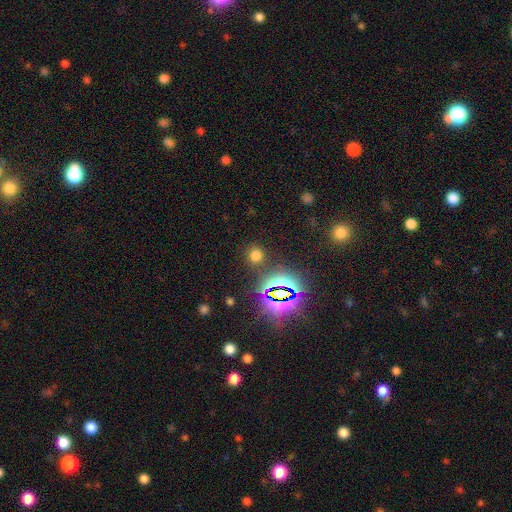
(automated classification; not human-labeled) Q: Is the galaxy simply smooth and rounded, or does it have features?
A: smooth — 59%.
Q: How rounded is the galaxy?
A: round — 78%.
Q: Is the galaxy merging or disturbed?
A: none — 84%.